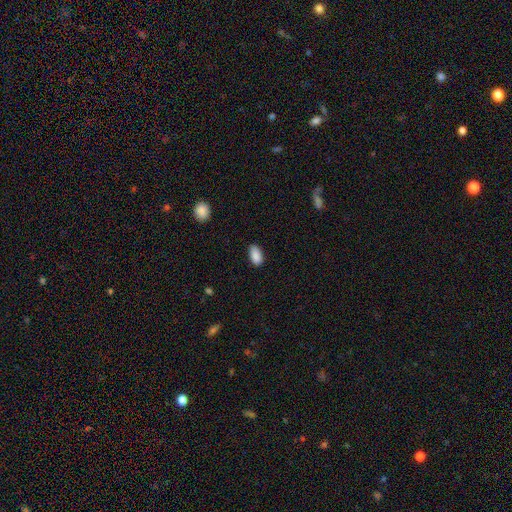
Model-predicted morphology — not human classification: The model was most divided on "merging": none: 84%, minor disturbance: 13%, major disturbance: 2%, merger: 1%. More confident: how rounded — in between (94%); smooth or featured — smooth (89%).